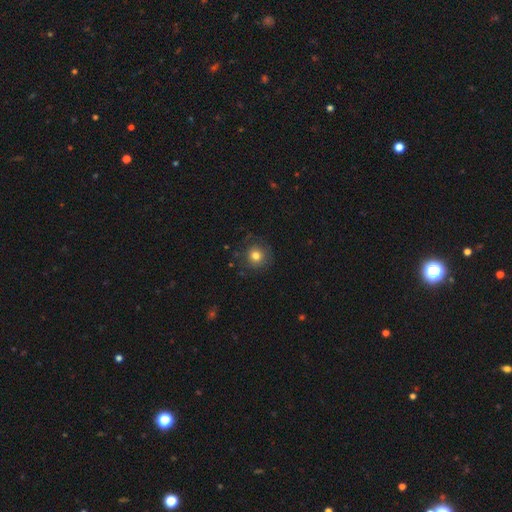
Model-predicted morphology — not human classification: smooth_or_featured: smooth (p=0.77) [alt: star or artifact p=0.12]
how_rounded: round (p=0.93) [alt: in between p=0.06]
merging: none (p=0.82) [alt: minor disturbance p=0.12]